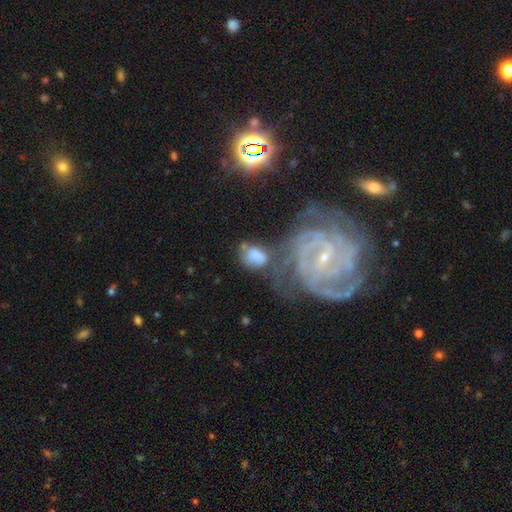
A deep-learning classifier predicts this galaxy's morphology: This appears to be a smooth galaxy with no disk features (58%) that is in between round and cigar-shaped (74%). Merging: merger (34%).